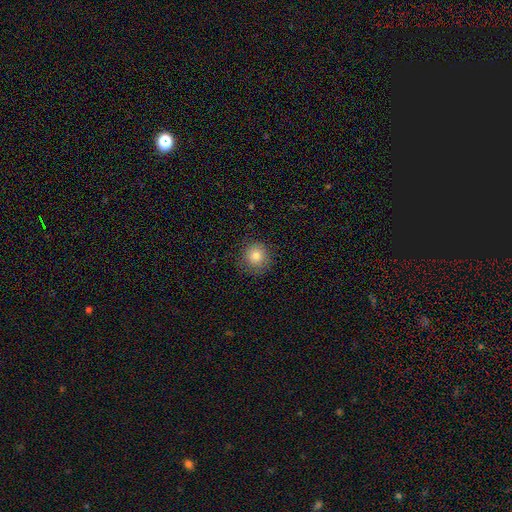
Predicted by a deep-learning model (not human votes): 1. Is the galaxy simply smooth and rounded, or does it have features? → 81% smooth, 11% star or artifact, 8% featured or disk.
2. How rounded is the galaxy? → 93% round, 7% in between, 1% cigar-shaped.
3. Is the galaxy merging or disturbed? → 86% none, 10% minor disturbance, 3% major disturbance, 1% merger.